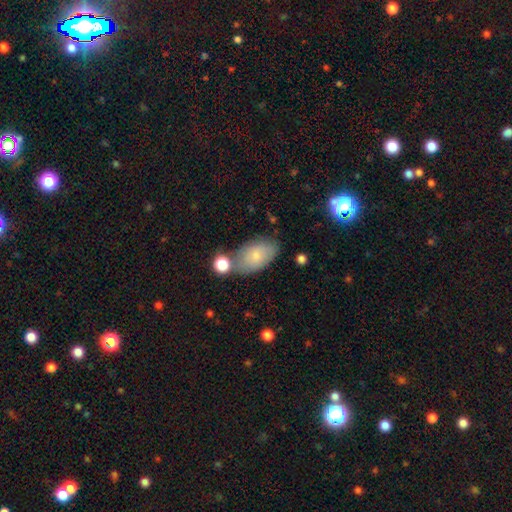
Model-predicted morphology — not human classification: Overall: smooth (77%). How rounded: in between (92%). Merging: none (61%).